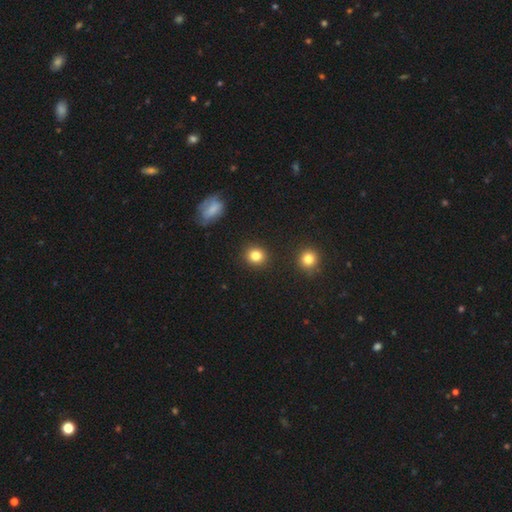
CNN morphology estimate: Q: Smooth or featured?
A: smooth (83%); runner-up: star or artifact (11%)
Q: How rounded?
A: round (84%); runner-up: in between (15%)
Q: Merging?
A: none (90%); runner-up: minor disturbance (6%)